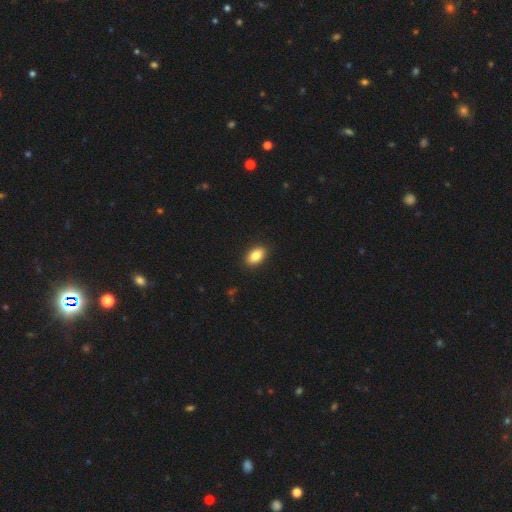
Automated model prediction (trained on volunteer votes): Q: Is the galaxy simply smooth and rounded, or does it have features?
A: smooth — 86%.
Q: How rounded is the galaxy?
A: in between — 91%.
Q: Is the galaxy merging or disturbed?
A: none — 90%.